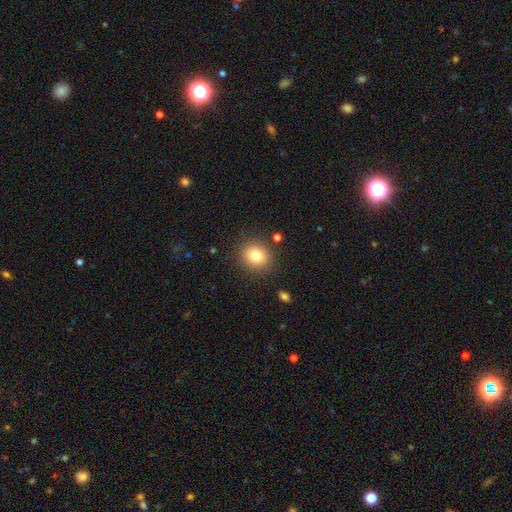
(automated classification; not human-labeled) Overall: smooth (79%). How rounded: round (78%). Merging: none (87%).